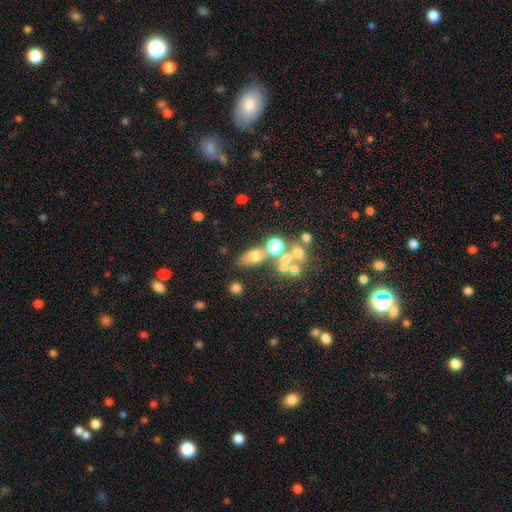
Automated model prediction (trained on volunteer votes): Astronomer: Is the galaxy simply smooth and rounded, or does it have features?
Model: smooth — 57%.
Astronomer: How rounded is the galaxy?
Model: in between — 68%.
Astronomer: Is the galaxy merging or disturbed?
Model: none — 45% (runner-up: merger, 32%).